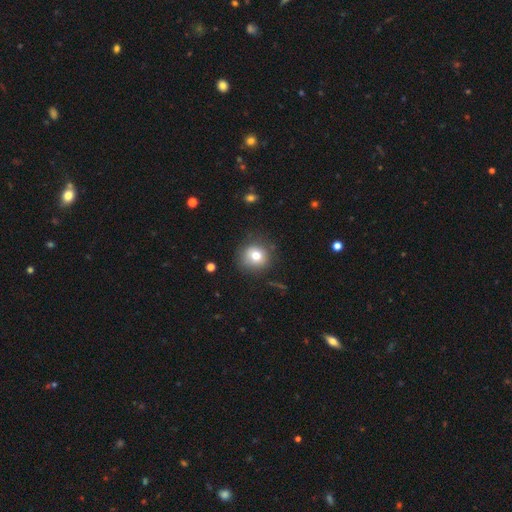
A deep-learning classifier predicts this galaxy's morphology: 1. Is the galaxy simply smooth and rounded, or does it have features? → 77% smooth, 12% featured or disk, 12% star or artifact.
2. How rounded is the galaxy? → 88% round, 11% in between, 1% cigar-shaped.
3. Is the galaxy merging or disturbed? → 79% none, 14% minor disturbance, 4% major disturbance, 2% merger.